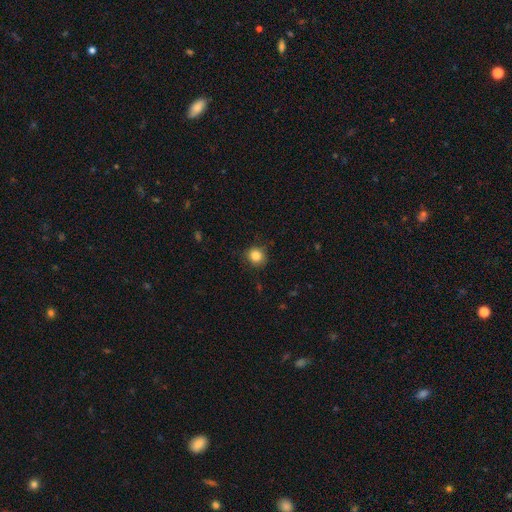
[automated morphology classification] Smooth or featured? Predicted: smooth (p=0.85). How rounded? Predicted: round (p=0.88). Merging? Predicted: none (p=0.85).